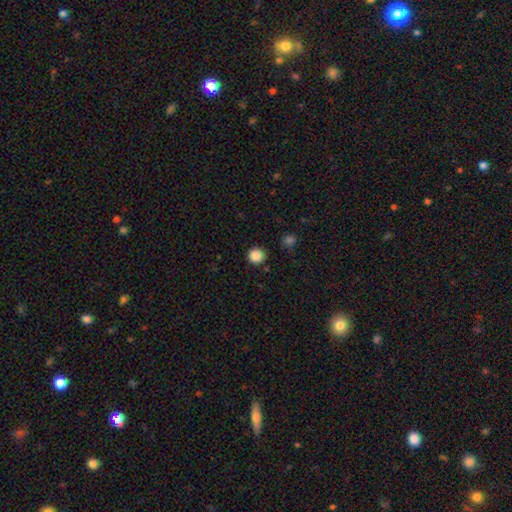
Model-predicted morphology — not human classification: smooth-or-featured: smooth: 87% | star or artifact: 11% | featured or disk: 3%
  how-rounded: round: 94% | in between: 5% | cigar-shaped: 1%
  merging: none: 90% | minor disturbance: 7% | major disturbance: 2% | merger: 2%